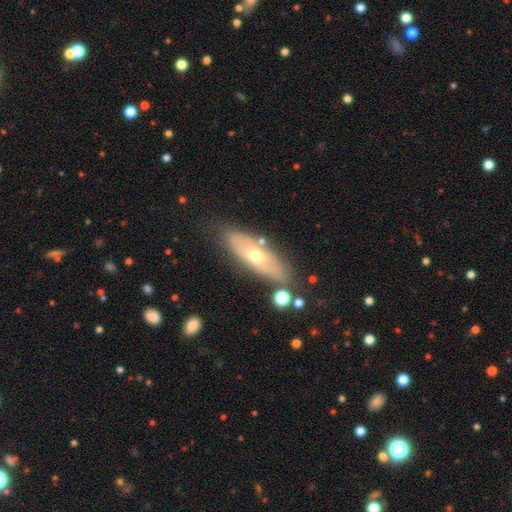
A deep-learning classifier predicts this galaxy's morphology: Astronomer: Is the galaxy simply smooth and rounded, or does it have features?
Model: featured or disk — 50% (runner-up: smooth, 43%).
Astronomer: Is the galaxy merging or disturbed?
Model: none — 76%.